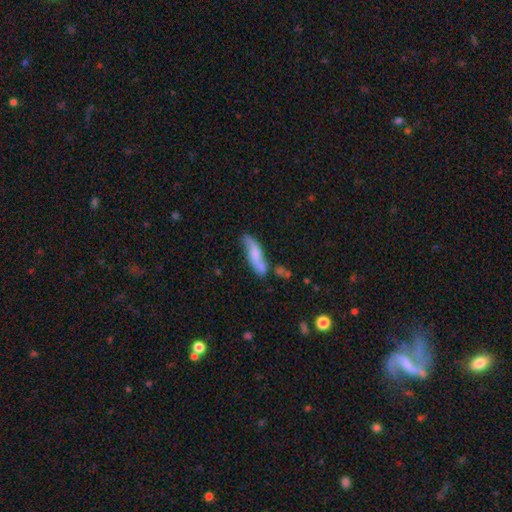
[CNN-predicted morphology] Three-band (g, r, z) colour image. It shows a smooth galaxy with no disk features (53%) that is cigar-shaped (66%). Merging: none (51%).